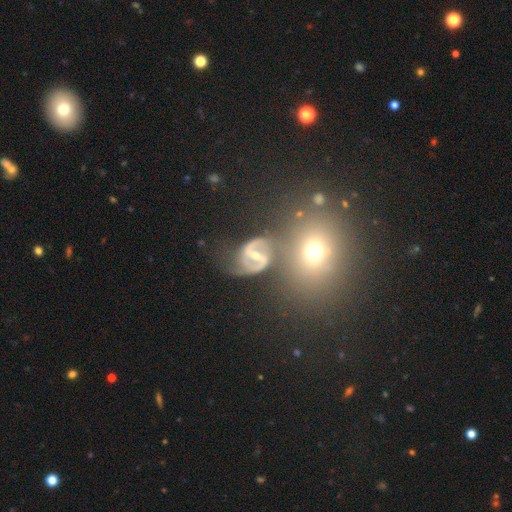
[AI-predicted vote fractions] A featured or disk galaxy (80%) with a strong bar (55%), 2 (92%) medium (51%) spiral arms (89%) and a small central bulge (49%).

Vote fractions:
- Smooth or featured? featured or disk: 80% / smooth: 11% / star or artifact: 9%
- Edge-on disk? no: 97% / yes: 3%
- Bar? strong: 55% / weak: 33% / no: 12%
- Spiral arms? yes: 89% / no: 11%
- Spiral winding? medium: 51% / loose: 33% / tight: 16%
- Spiral arm count? 2: 92% / can't tell: 3% / 1: 2% / 3: 1% / 4: 1% / more than 4: 1%
- Bulge size? small: 49% / moderate: 44% / none: 3% / large: 3% / dominant: 1%
- Merging? none: 61% / minor disturbance: 17% / merger: 13% / major disturbance: 9%